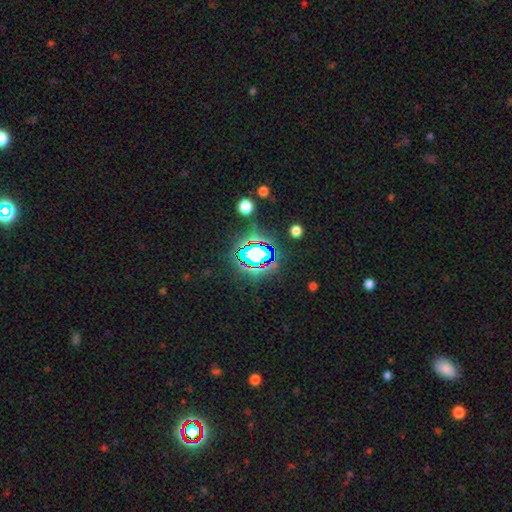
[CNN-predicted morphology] This is likely a star or artifact rather than a galaxy (68%).